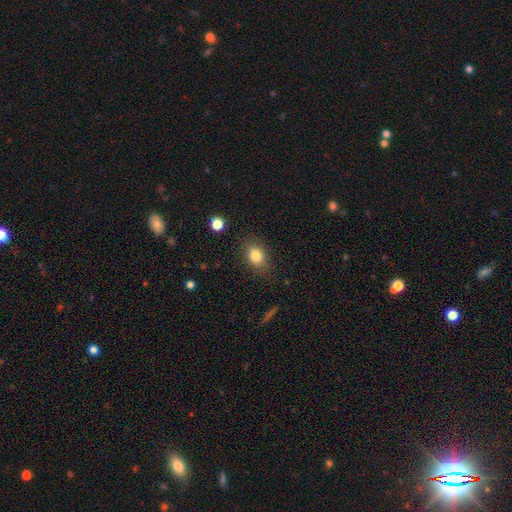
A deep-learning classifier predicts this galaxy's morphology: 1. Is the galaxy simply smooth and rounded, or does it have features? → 83% smooth, 10% star or artifact, 8% featured or disk.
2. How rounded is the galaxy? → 71% in between, 27% round, 2% cigar-shaped.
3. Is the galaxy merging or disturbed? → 81% none, 13% minor disturbance, 4% major disturbance, 2% merger.